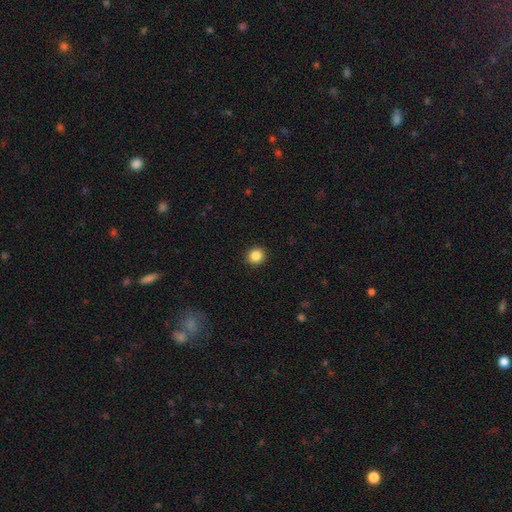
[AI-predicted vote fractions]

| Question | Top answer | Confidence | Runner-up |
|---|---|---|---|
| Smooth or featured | smooth | 86% | star or artifact (10%) |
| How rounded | round | 88% | in between (11%) |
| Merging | none | 92% | minor disturbance (5%) |